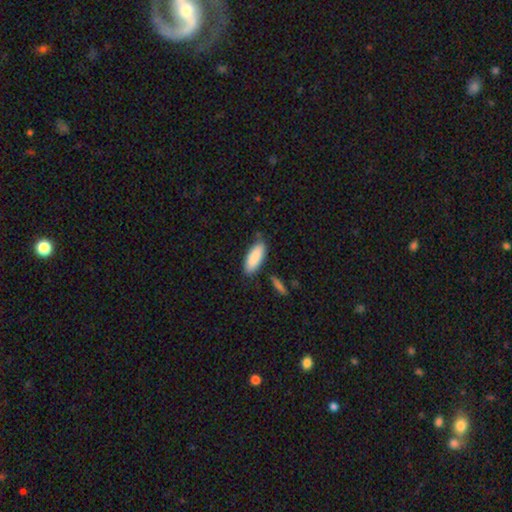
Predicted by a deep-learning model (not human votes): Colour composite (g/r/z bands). It shows a smooth galaxy with no disk features (89%) that is in between round and cigar-shaped (76%). Merging: none (77%).